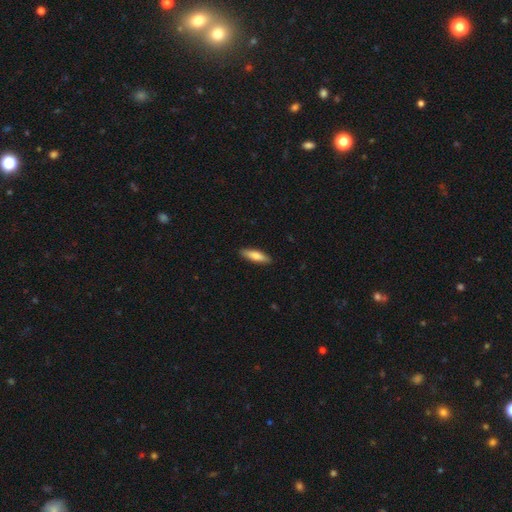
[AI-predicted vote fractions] Smooth or featured?
  - smooth: 75% *
  - featured or disk: 19%
  - star or artifact: 5%
How rounded?
  - cigar-shaped: 66% *
  - in between: 33%
  - round: 2%
Merging?
  - none: 90% *
  - minor disturbance: 8%
  - major disturbance: 2%
  - merger: 1%